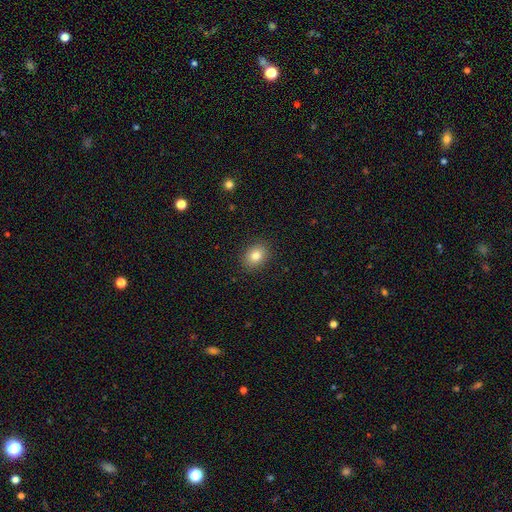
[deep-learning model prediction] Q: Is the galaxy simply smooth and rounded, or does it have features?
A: smooth — 82%.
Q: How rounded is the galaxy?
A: in between — 56%.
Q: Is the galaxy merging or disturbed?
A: none — 89%.